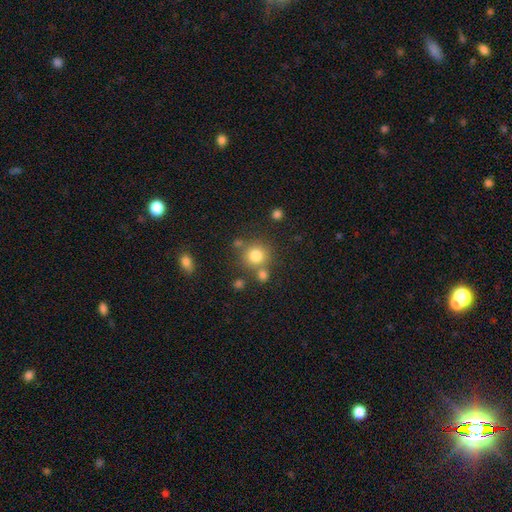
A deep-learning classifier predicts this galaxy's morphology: smooth 79%, star or artifact 13%, featured or disk 8%. Down the decision tree: how rounded — round (90%); merging — none (69%).